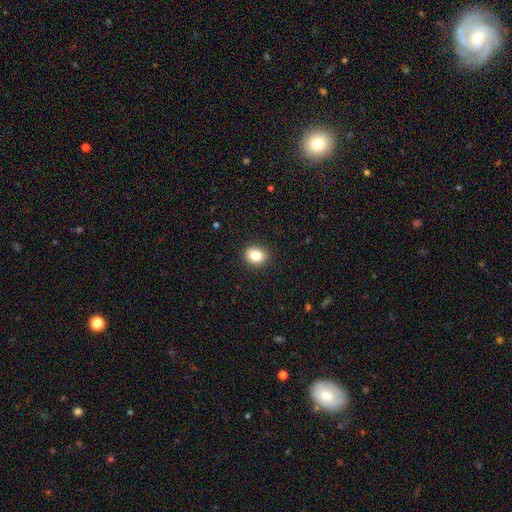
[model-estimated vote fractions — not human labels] This is clearly a smooth galaxy (83%). How rounded: possibly round (53%). Merging: clearly none (90%).